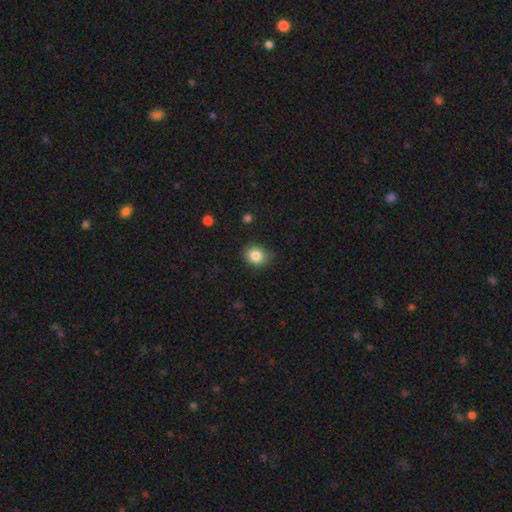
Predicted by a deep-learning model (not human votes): smooth 84%, star or artifact 10%, featured or disk 6%. Down the decision tree: how rounded — round (66%); merging — none (75%).